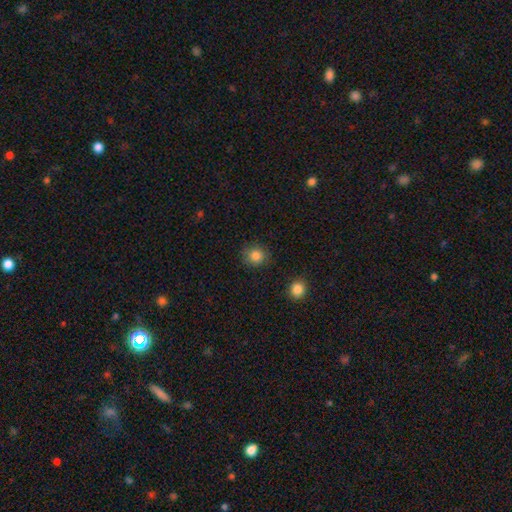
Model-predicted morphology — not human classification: A smooth galaxy with no disk features (84%) that is round (86%). Merging: none (86%).